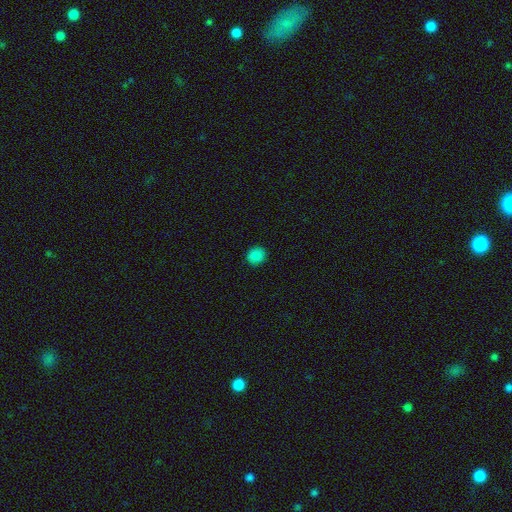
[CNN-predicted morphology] Overall: smooth (85%). How rounded: round (79%). Merging: none (90%).